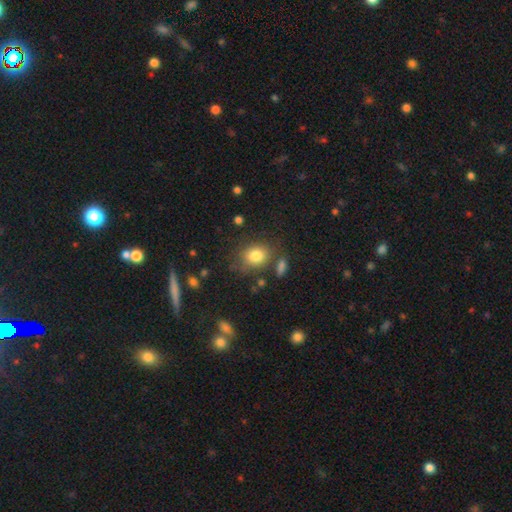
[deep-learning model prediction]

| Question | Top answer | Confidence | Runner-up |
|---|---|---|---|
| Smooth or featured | smooth | 81% | star or artifact (10%) |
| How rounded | in between | 51% | round (48%) |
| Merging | none | 71% | minor disturbance (15%) |